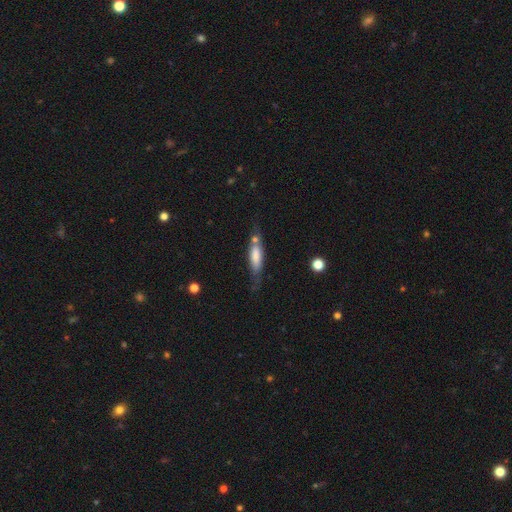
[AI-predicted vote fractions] Smooth or featured?
  - smooth: 64% *
  - featured or disk: 30%
  - star or artifact: 6%
How rounded?
  - cigar-shaped: 63% *
  - in between: 35%
  - round: 2%
Merging?
  - none: 57% *
  - minor disturbance: 24%
  - merger: 11%
  - major disturbance: 9%